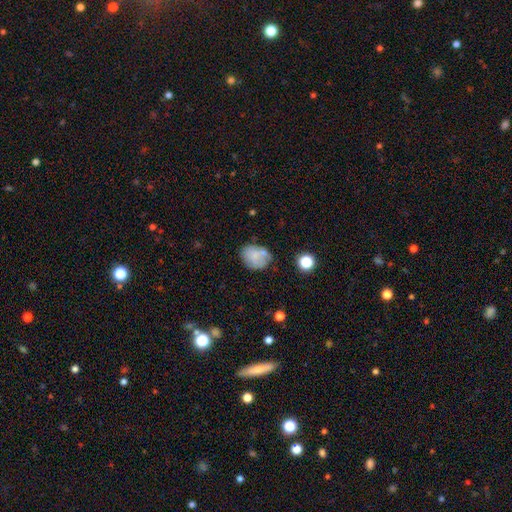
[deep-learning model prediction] smooth-or-featured: smooth: 69% | featured or disk: 21% | star or artifact: 10%
  how-rounded: in between: 57% | round: 42% | cigar-shaped: 1%
  merging: none: 50% | minor disturbance: 27% | merger: 12% | major disturbance: 11%